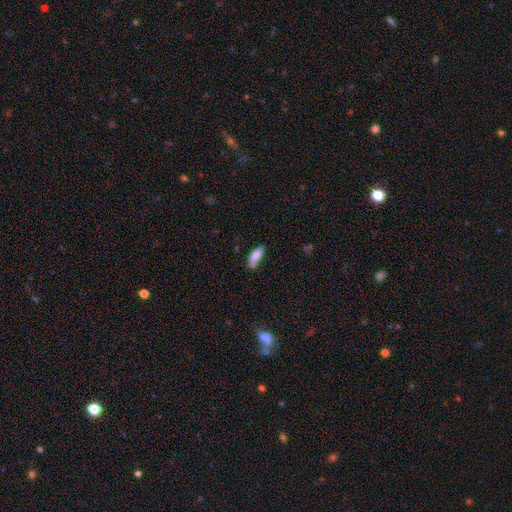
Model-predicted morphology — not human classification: Smooth or featured?
  - smooth: 83% *
  - featured or disk: 10%
  - star or artifact: 7%
How rounded?
  - in between: 69% *
  - cigar-shaped: 30%
  - round: 2%
Merging?
  - none: 59% *
  - minor disturbance: 27%
  - merger: 7%
  - major disturbance: 6%